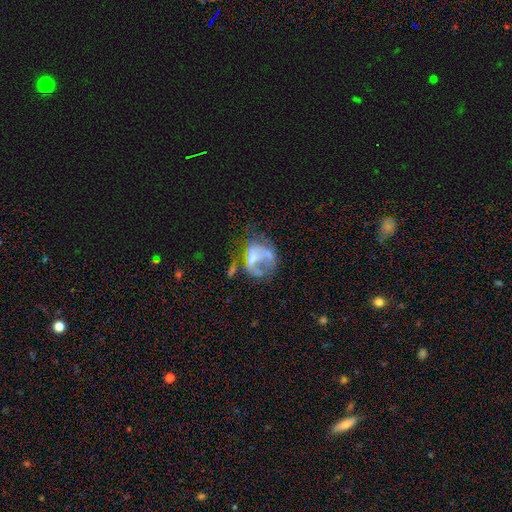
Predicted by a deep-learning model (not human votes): The model was most divided on "smooth or featured": featured or disk: 53%, smooth: 35%, star or artifact: 12%. Remaining: edge-on disk — no (98%); bar — no (85%); spiral arms — no (81%); bulge size — none (55%); merging — major disturbance (44%).